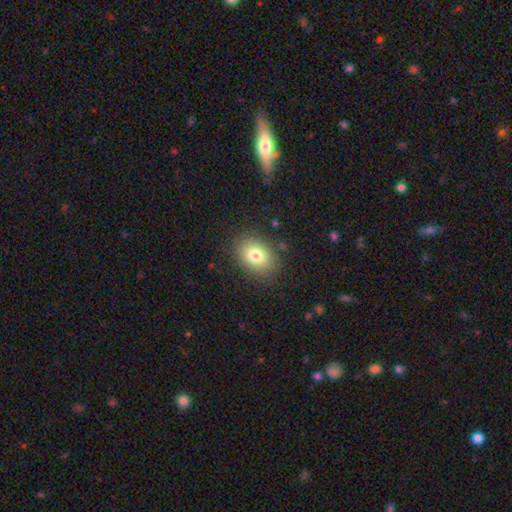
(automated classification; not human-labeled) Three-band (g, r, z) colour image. It shows a smooth galaxy with no disk features (80%) that is in between round and cigar-shaped (68%). Merging: none (84%).